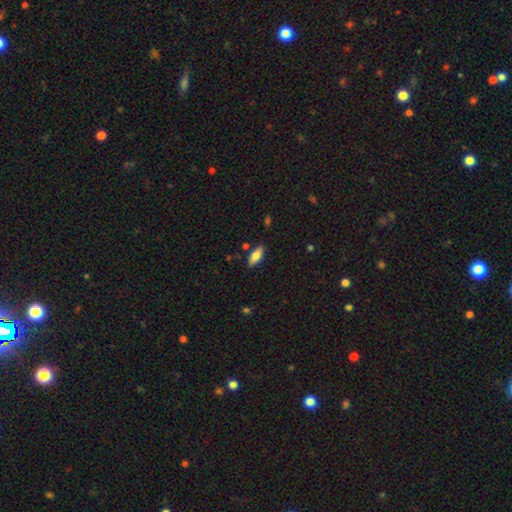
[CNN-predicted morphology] Smooth or featured?
  - smooth: 80% *
  - featured or disk: 14%
  - star or artifact: 6%
How rounded?
  - in between: 77% *
  - cigar-shaped: 21%
  - round: 2%
Merging?
  - none: 84% *
  - minor disturbance: 11%
  - merger: 3%
  - major disturbance: 2%